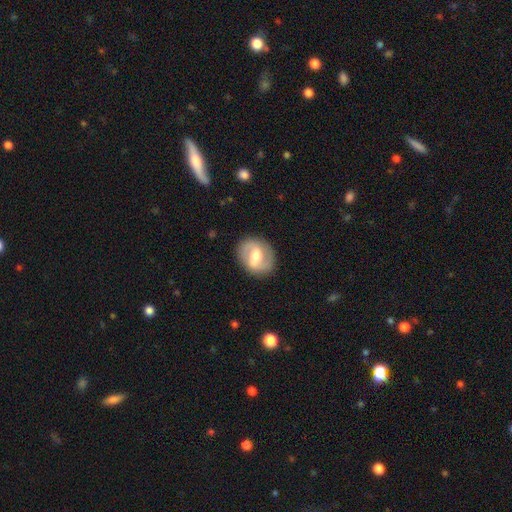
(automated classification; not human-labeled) Smooth or featured? Predicted: featured or disk (p=0.67). Edge-on disk? Predicted: no (p=0.95). Bar? Predicted: weak (p=0.42). Spiral arms? Predicted: yes (p=0.65). Bulge size? Predicted: moderate (p=0.68). Merging? Predicted: none (p=0.85).